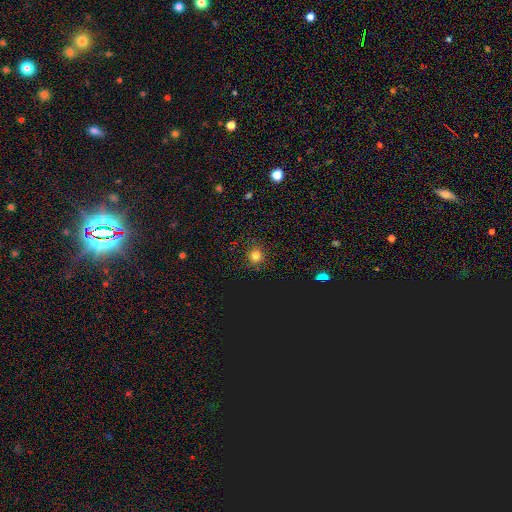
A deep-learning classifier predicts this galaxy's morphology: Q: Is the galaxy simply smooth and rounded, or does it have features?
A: smooth — 73%.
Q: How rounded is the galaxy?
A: round — 87%.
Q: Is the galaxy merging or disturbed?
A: none — 86%.